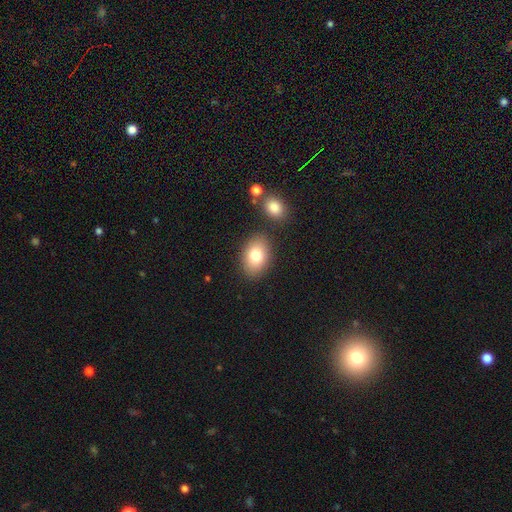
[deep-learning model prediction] A smooth galaxy with no disk features (79%) that is in between round and cigar-shaped (80%). Merging: none (82%).